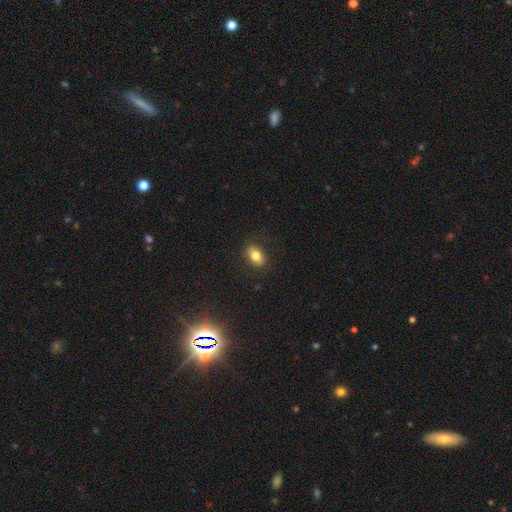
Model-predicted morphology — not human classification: This appears to be a smooth galaxy with no disk features (78%) that is in between round and cigar-shaped (84%). Merging: none (86%).